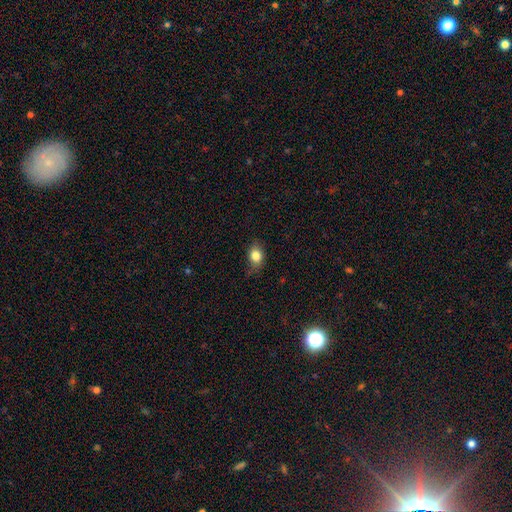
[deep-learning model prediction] Smooth or featured?
  - smooth: 82% *
  - star or artifact: 10%
  - featured or disk: 8%
How rounded?
  - in between: 61% *
  - round: 37%
  - cigar-shaped: 2%
Merging?
  - none: 75% *
  - minor disturbance: 19%
  - major disturbance: 4%
  - merger: 1%